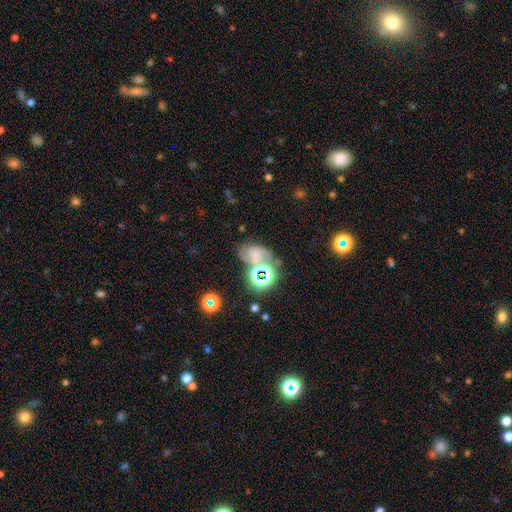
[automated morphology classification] The model was most divided on "smooth or featured": smooth: 42%, star or artifact: 29%, featured or disk: 29%. Remaining: merging — none (42%).